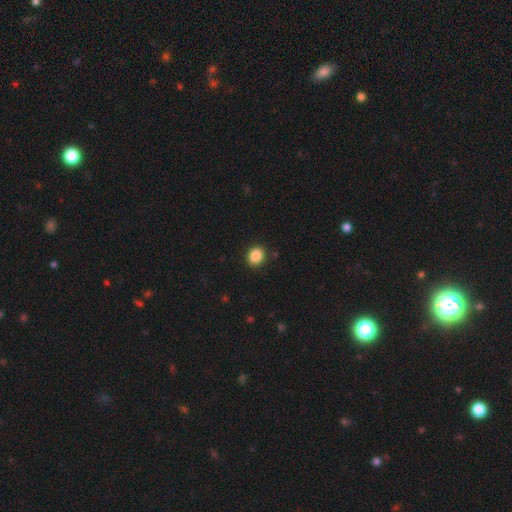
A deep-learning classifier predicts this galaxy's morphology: A smooth galaxy with no disk features (87%) that is round (68%).

Vote fractions:
- Smooth or featured? smooth: 87% / star or artifact: 9% / featured or disk: 4%
- How rounded? round: 68% / in between: 31% / cigar-shaped: 1%
- Merging? none: 90% / minor disturbance: 7% / major disturbance: 2% / merger: 1%